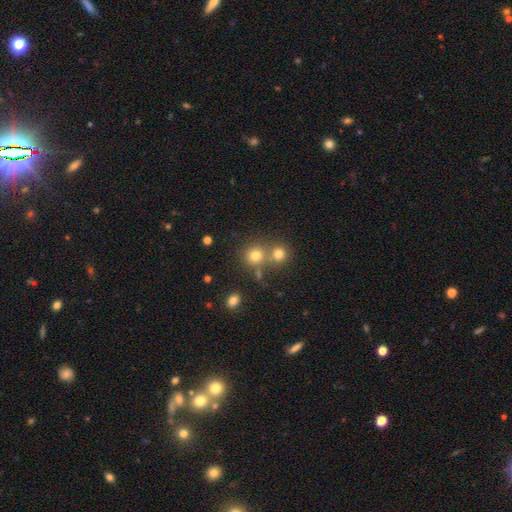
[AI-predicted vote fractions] Morphology: type=smooth (74%); roundness=round (87%); merging=none (56%).